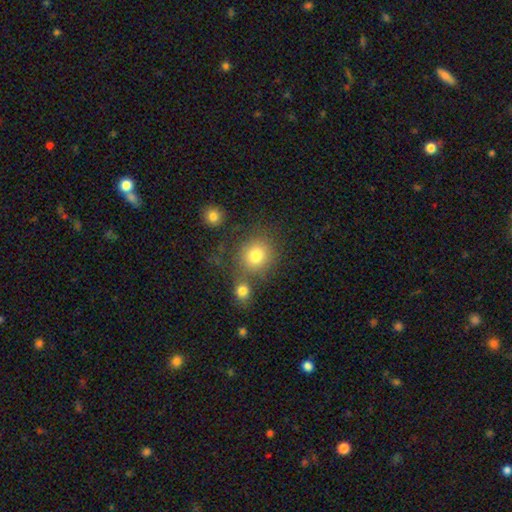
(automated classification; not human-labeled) A smooth galaxy with no disk features (80%) that is round (84%).

Vote fractions:
- Smooth or featured? smooth: 80% / star or artifact: 11% / featured or disk: 9%
- How rounded? round: 84% / in between: 15% / cigar-shaped: 1%
- Merging? none: 61% / merger: 23% / minor disturbance: 11% / major disturbance: 6%